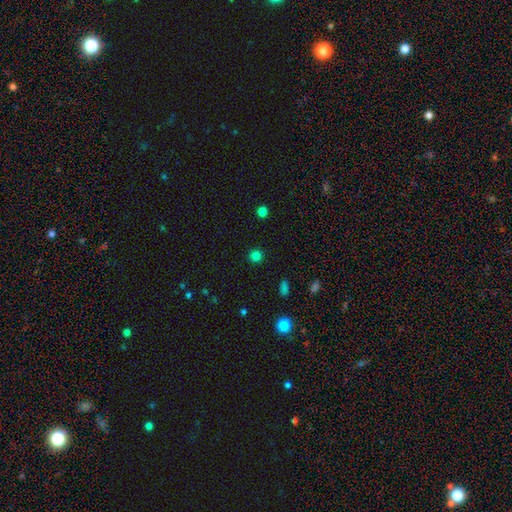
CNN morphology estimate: Smooth or featured: smooth — 80% (star or artifact — 15%)
How rounded: round — 93% (in between — 6%)
Merging: none — 91% (minor disturbance — 5%)